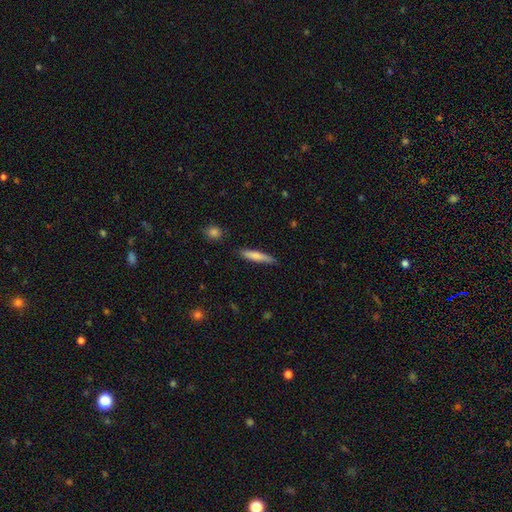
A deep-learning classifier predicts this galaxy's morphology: This appears to be a smooth galaxy with no disk features (74%) that is cigar-shaped (90%). Merging: none (82%).